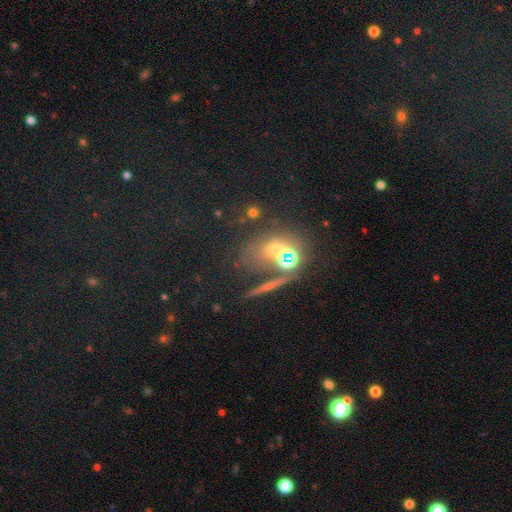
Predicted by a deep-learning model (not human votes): Smooth or featured: smooth — 35% (star or artifact — 34%)
Merging: merger — 46% (none — 30%)